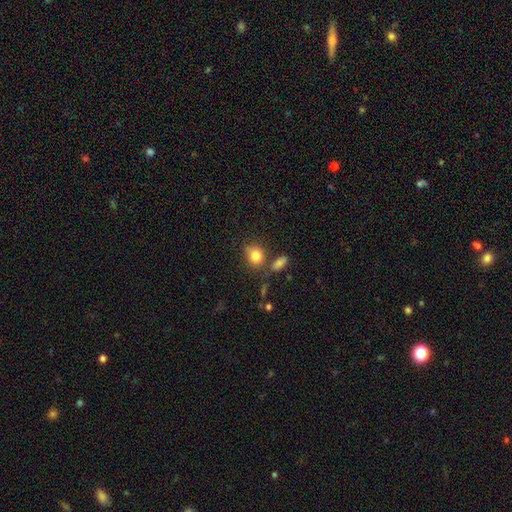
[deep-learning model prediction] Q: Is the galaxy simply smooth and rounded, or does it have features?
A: smooth — 83%.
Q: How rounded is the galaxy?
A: round — 53%.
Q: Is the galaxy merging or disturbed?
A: none — 64%.